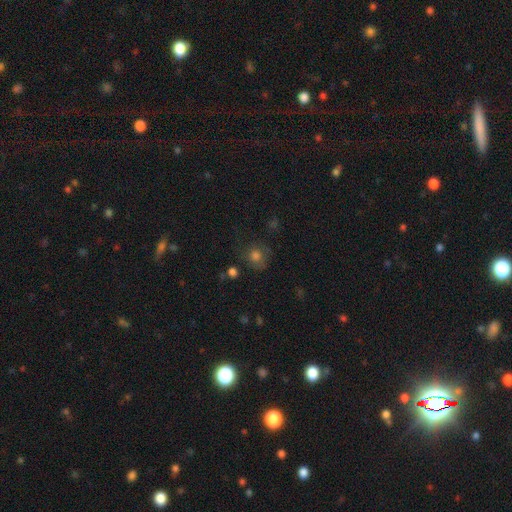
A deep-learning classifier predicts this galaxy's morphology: This is likely a smooth galaxy (72%). How rounded: clearly round (80%). Merging: likely none (65%).